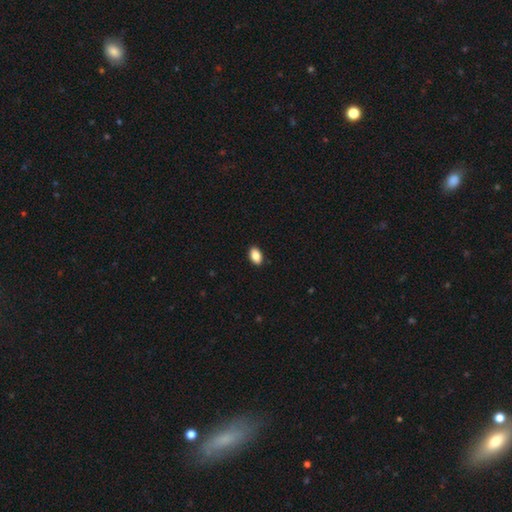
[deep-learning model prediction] This appears to be a smooth galaxy with no disk features (88%) that is in between round and cigar-shaped (92%). Merging: none (90%).